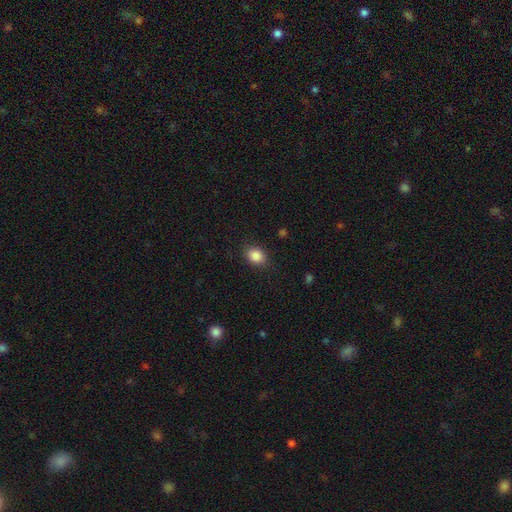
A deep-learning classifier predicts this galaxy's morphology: Q: Smooth or featured?
A: smooth (86%); runner-up: star or artifact (9%)
Q: How rounded?
A: in between (57%); runner-up: round (42%)
Q: Merging?
A: none (85%); runner-up: minor disturbance (11%)